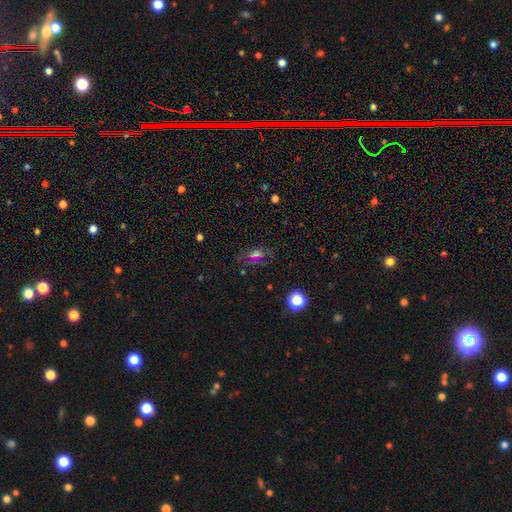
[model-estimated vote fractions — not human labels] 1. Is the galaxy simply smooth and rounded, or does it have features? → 49% smooth, 32% star or artifact, 19% featured or disk.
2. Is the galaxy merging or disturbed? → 75% none, 15% minor disturbance, 7% major disturbance, 3% merger.